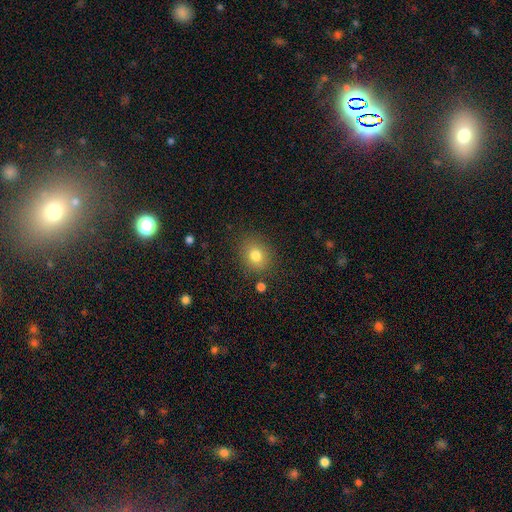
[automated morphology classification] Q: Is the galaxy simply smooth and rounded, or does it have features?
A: smooth — 79%.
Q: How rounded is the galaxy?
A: round — 71%.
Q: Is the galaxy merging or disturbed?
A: none — 84%.